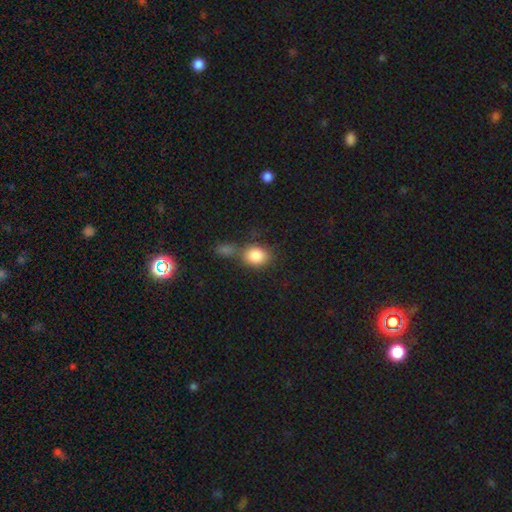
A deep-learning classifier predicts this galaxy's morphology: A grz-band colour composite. It shows a smooth galaxy with no disk features (85%) that is in between round and cigar-shaped (52%). Merging: none (46%).